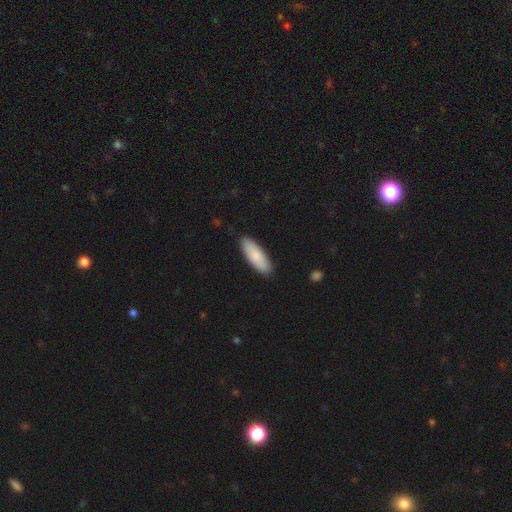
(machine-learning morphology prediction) type=smooth (86%); roundness=in between (63%); merging=none (89%).